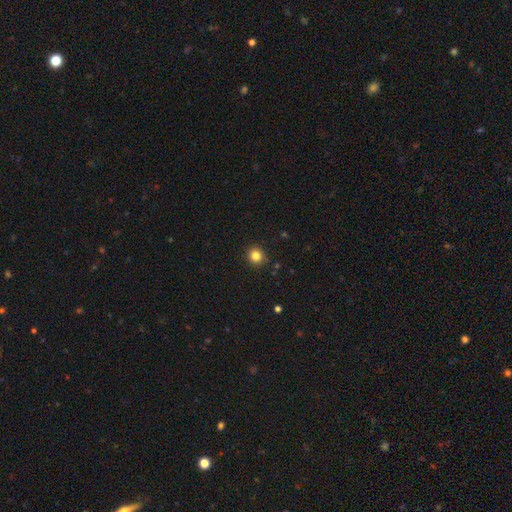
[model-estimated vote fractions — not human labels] Morphology: type=smooth (82%); roundness=round (91%); merging=none (91%).